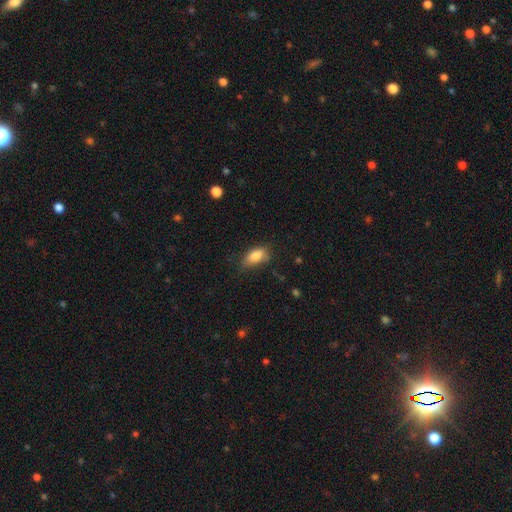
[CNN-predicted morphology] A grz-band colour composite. It shows a smooth galaxy with no disk features (83%) that is in between round and cigar-shaped (88%). Merging: none (64%).